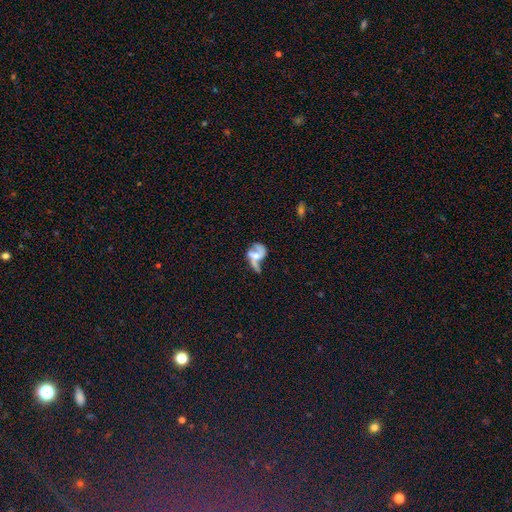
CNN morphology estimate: This is likely a featured or disk galaxy (69%). It is clearly not viewed edge-on (95%). Bar: possibly no (53%). Spiral arm pattern: likely yes (75%). Central bulge: possibly moderate (59%). Merging: marginally major disturbance (30%).